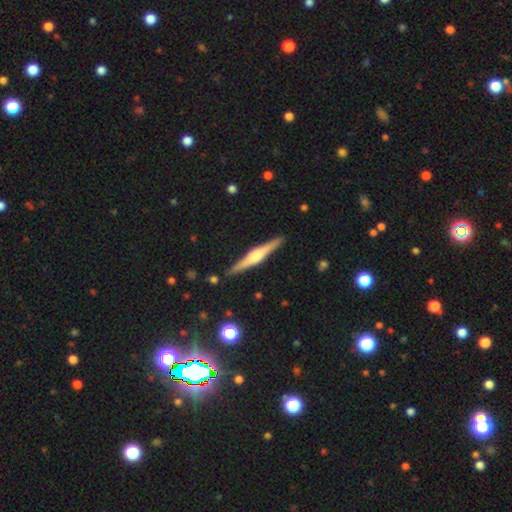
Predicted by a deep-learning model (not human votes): Smooth or featured: featured or disk — 77% (smooth — 18%)
Edge-on disk: yes — 98% (no — 2%)
Edge-on bulge: rounded — 81% (boxy — 14%)
Merging: none — 91% (minor disturbance — 6%)